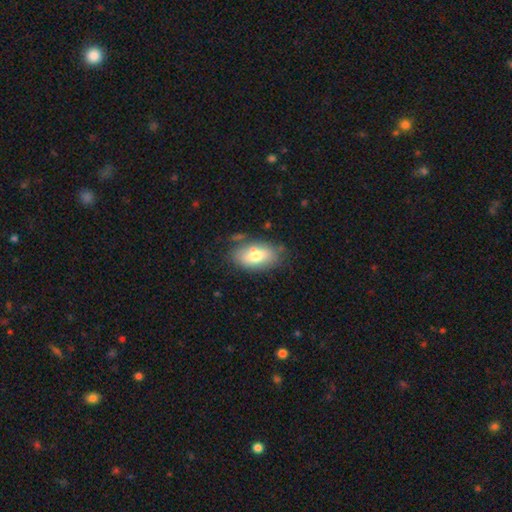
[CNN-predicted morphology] The model was most divided on "merging": none: 68%, minor disturbance: 19%, merger: 7%, major disturbance: 6%. More confident: how rounded — in between (91%); smooth or featured — smooth (71%).